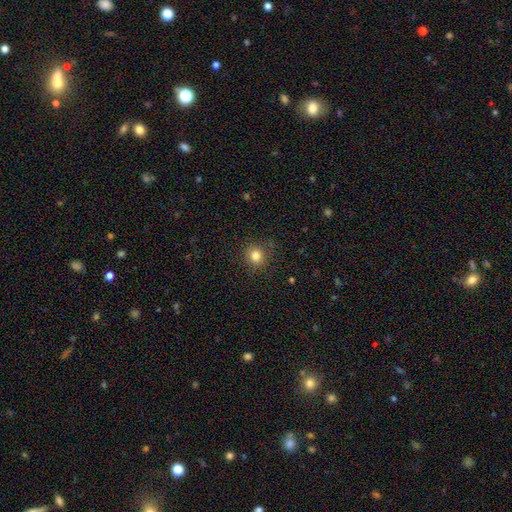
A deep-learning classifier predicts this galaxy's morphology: Overall: smooth (82%). How rounded: round (90%). Merging: none (88%).